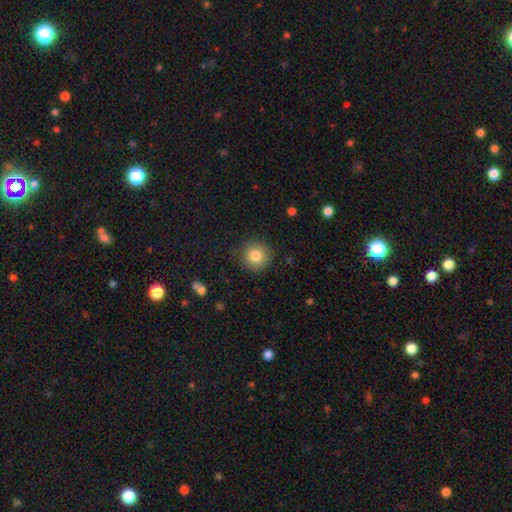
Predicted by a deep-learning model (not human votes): Smooth or featured?
  - smooth: 83% *
  - star or artifact: 10%
  - featured or disk: 7%
How rounded?
  - round: 93% *
  - in between: 6%
  - cigar-shaped: 1%
Merging?
  - none: 86% *
  - minor disturbance: 10%
  - major disturbance: 3%
  - merger: 1%